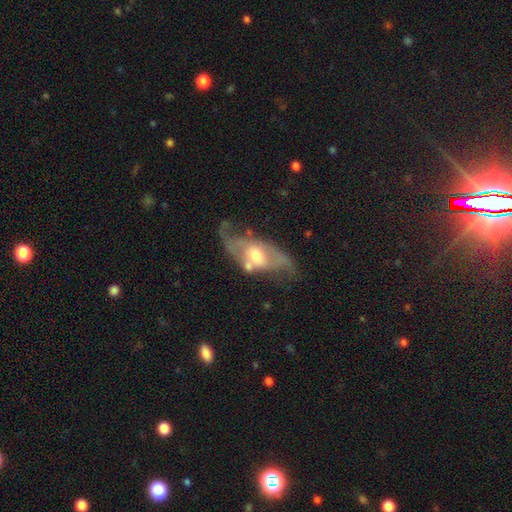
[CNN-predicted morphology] Overall: featured or disk (76%). Edge-on disk: no (88%). Bar: no (50%; weak 38%). Spiral arms: yes (77%). Spiral arm count: 2 (81%). Spiral winding: loose (52%; medium 35%). Bulge size: moderate (67%). Merging: none (46%; minor disturbance 23%).